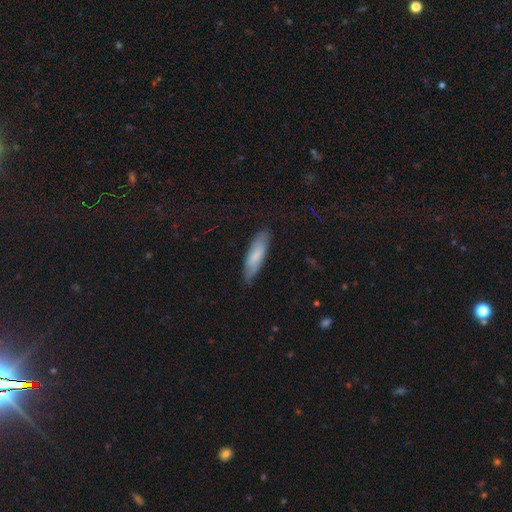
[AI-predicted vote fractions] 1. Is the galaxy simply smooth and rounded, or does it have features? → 76% smooth, 19% featured or disk, 6% star or artifact.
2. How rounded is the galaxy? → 62% cigar-shaped, 37% in between, 1% round.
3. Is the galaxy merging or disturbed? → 79% none, 17% minor disturbance, 3% major disturbance, 1% merger.